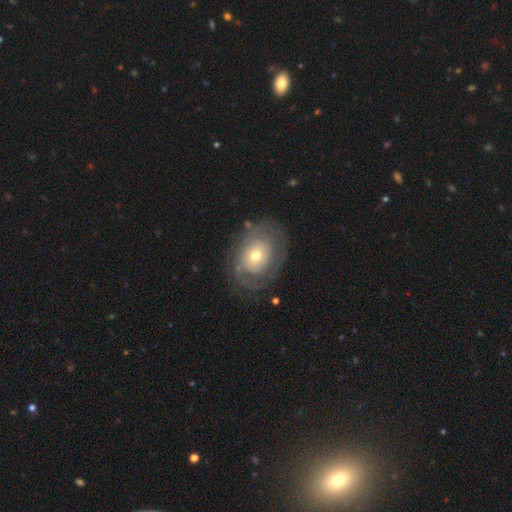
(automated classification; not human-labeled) Smooth or featured? featured or disk (64%)
Edge-on disk? no (95%)
Bar? no (84%)
Spiral arms? yes (63%)
Bulge size? moderate (57%)
Merging? none (71%)